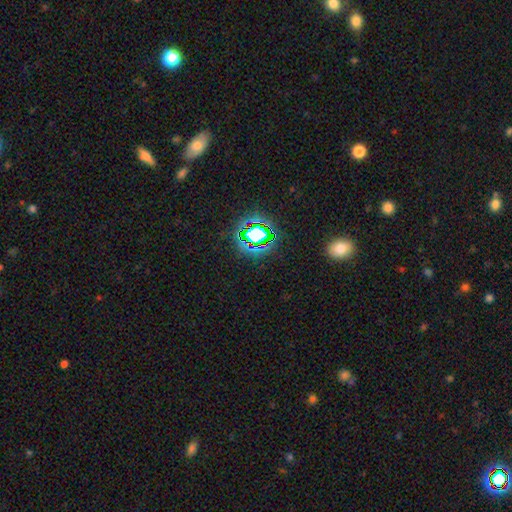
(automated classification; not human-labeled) A star or artifact, not a galaxy (74%).